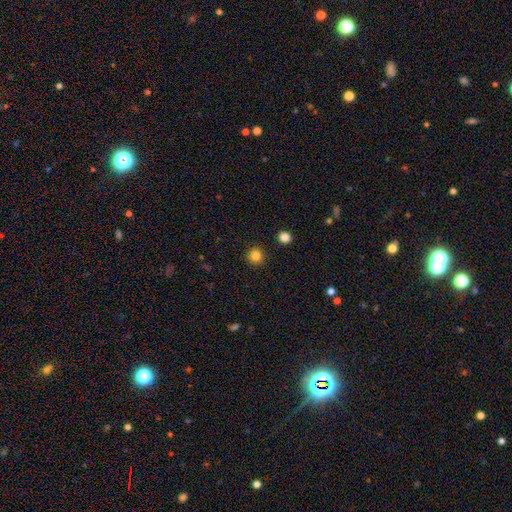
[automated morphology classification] Smooth or featured? Predicted: smooth (p=0.84). How rounded? Predicted: round (p=0.92). Merging? Predicted: none (p=0.91).